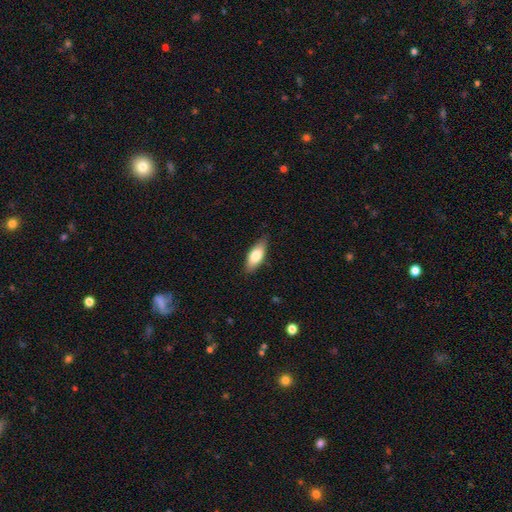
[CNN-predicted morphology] Smooth or featured? Predicted: smooth (p=0.74). How rounded? Predicted: in between (p=0.75). Merging? Predicted: none (p=0.82).